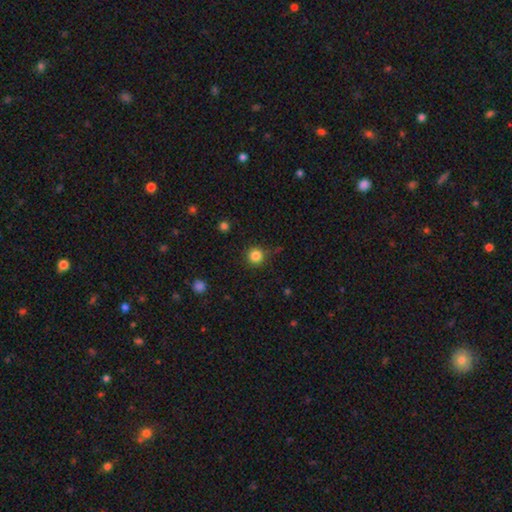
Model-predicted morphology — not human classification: The model was most divided on "smooth or featured": smooth: 84%, star or artifact: 12%, featured or disk: 4%. More confident: how rounded — round (95%); merging — none (85%).